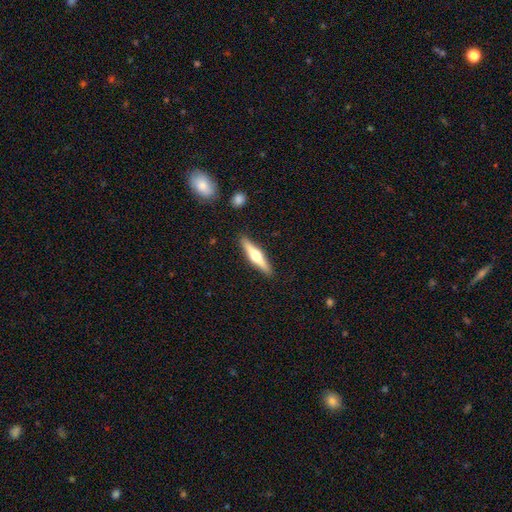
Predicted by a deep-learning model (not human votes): smooth-or-featured: featured or disk: 61% | smooth: 33% | star or artifact: 5%
  disk-edge-on: yes: 96% | no: 4%
    edge-on-bulge: rounded: 94% | boxy: 3% | none: 3%
  merging: none: 89% | minor disturbance: 7% | major disturbance: 2% | merger: 1%